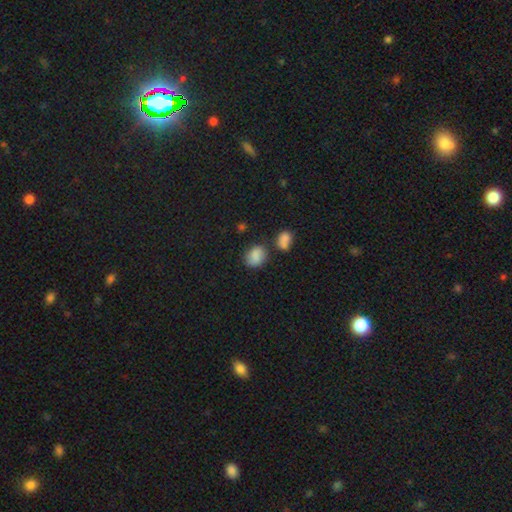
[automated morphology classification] smooth-or-featured: smooth: 84% | star or artifact: 9% | featured or disk: 7%
  how-rounded: in between: 52% | round: 47% | cigar-shaped: 1%
  merging: none: 66% | minor disturbance: 17% | merger: 12% | major disturbance: 5%